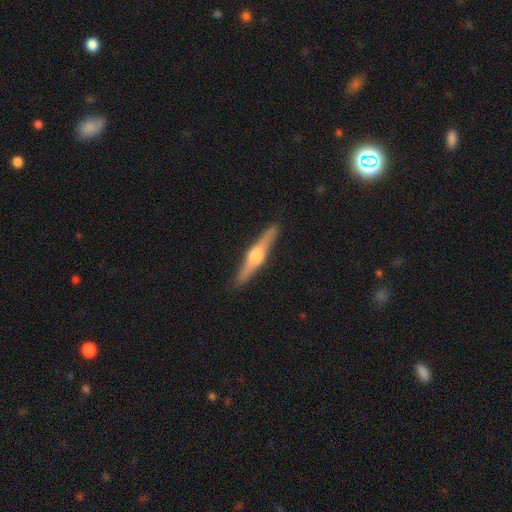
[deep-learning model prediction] Q: Smooth or featured?
A: featured or disk (71%); runner-up: smooth (24%)
Q: Edge-on disk?
A: yes (97%); runner-up: no (3%)
Q: Edge-on bulge?
A: rounded (93%); runner-up: boxy (4%)
Q: Merging?
A: none (90%); runner-up: minor disturbance (7%)